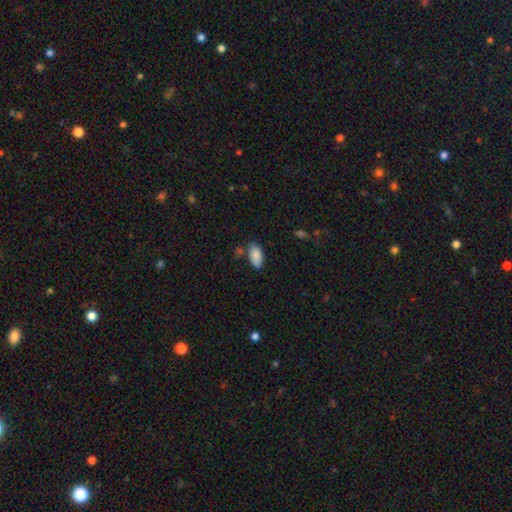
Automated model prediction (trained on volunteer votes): Smooth or featured: smooth — 88% (star or artifact — 7%)
How rounded: in between — 94% (cigar-shaped — 4%)
Merging: none — 72% (minor disturbance — 16%)